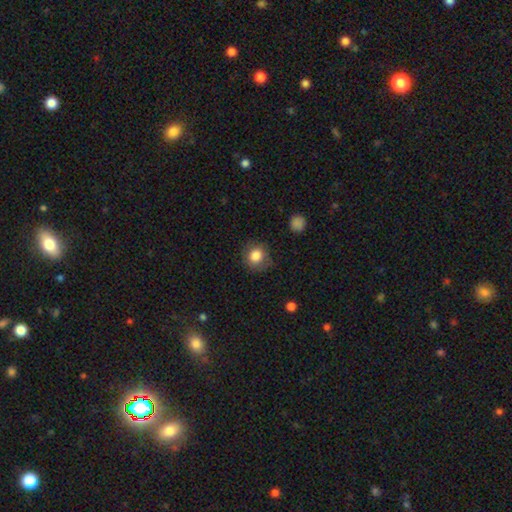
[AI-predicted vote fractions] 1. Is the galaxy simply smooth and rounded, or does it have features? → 83% smooth, 10% star or artifact, 7% featured or disk.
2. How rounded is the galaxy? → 84% round, 15% in between, 1% cigar-shaped.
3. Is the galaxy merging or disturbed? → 77% none, 16% minor disturbance, 5% major disturbance, 1% merger.